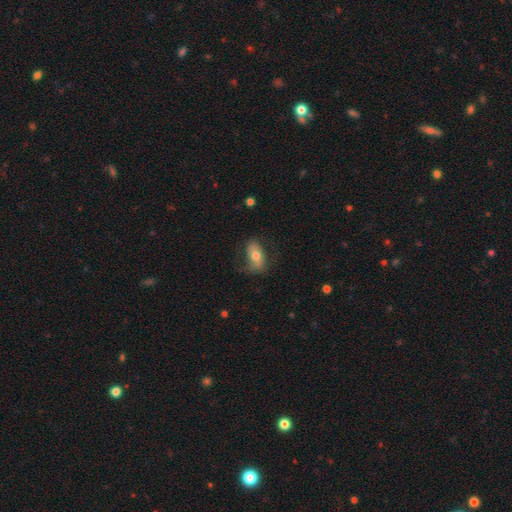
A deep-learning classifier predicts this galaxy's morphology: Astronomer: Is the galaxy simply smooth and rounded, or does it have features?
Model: smooth — 53% (runner-up: featured or disk, 40%).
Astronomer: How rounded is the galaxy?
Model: in between — 89%.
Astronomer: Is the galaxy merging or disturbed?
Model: none — 59%.